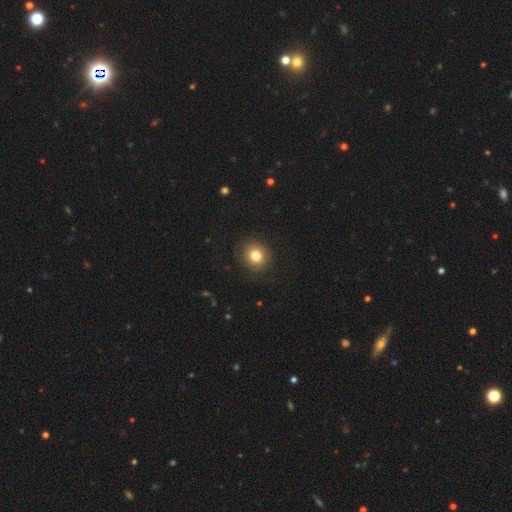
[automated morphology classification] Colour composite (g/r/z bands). It shows a smooth galaxy with no disk features (81%) that is round (85%). Merging: none (89%).